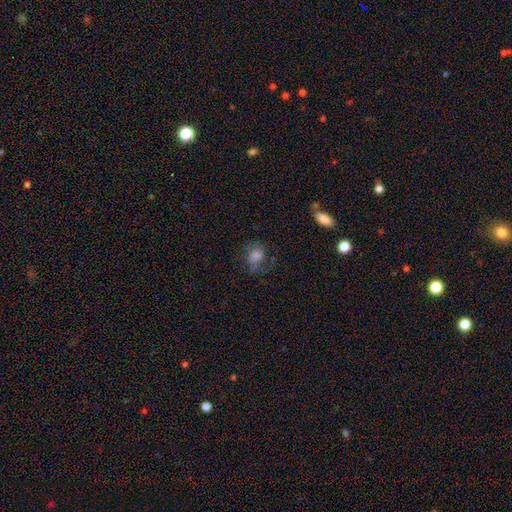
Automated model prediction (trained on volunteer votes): This appears to be a smooth galaxy with no disk features (55%) that is in between round and cigar-shaped (56%). Merging: none (55%).